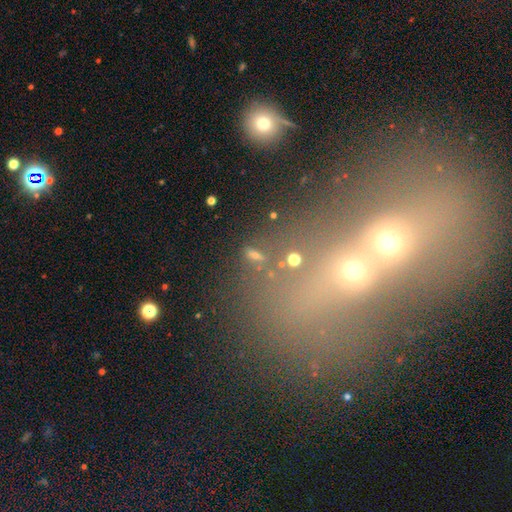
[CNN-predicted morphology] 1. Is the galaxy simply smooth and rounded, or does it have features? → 49% star or artifact, 34% smooth, 17% featured or disk.